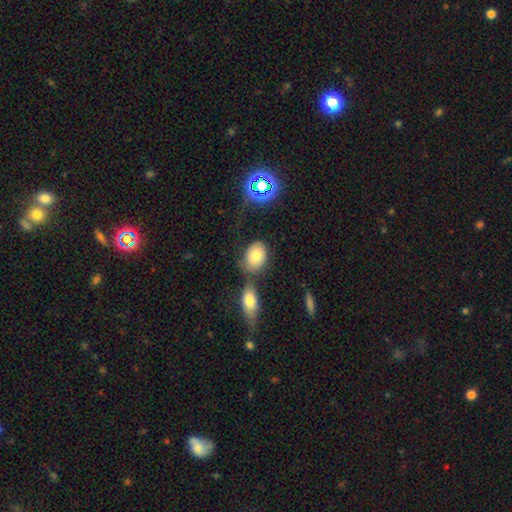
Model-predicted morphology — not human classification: The model was most divided on "merging": none: 49%, merger: 22%, minor disturbance: 20%, major disturbance: 10%. More confident: how rounded — in between (72%); smooth or featured — smooth (68%).